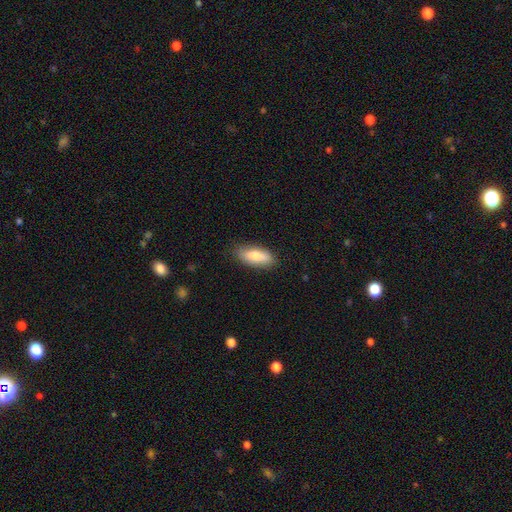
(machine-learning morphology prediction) The model was most divided on "how rounded": in between: 77%, cigar-shaped: 20%, round: 3%. More confident: merging — none (84%); smooth or featured — smooth (76%).